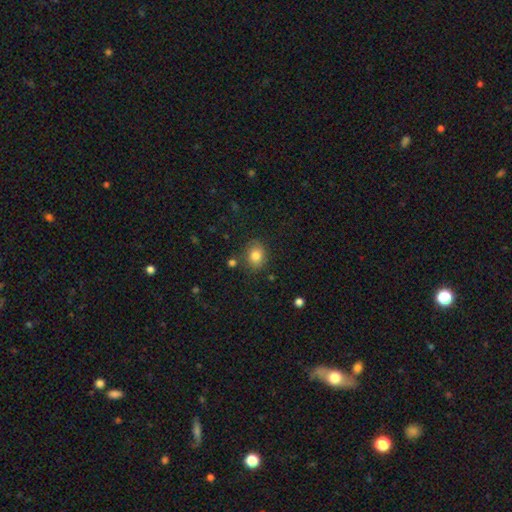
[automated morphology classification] Smooth or featured? smooth (81%)
How rounded? round (55%)
Merging? none (81%)